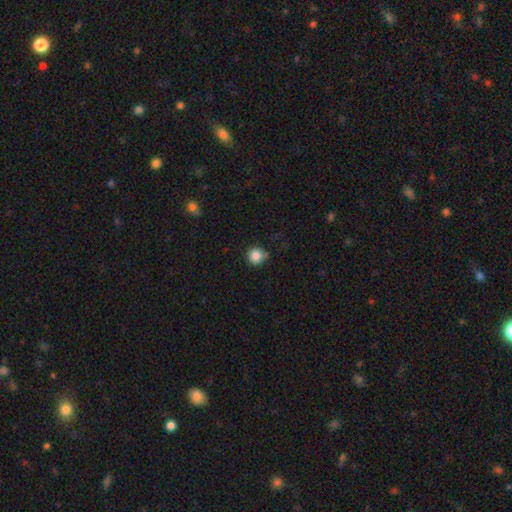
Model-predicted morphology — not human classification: smooth_or_featured: smooth (p=0.85) [alt: star or artifact p=0.10]
how_rounded: round (p=0.94) [alt: in between p=0.06]
merging: none (p=0.77) [alt: minor disturbance p=0.16]